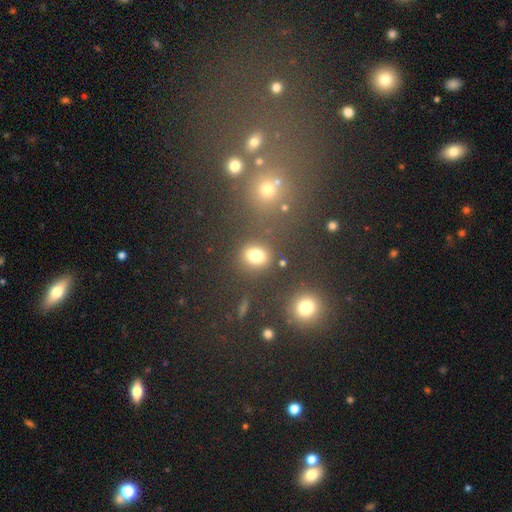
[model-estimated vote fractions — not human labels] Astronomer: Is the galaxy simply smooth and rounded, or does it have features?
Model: smooth — 75%.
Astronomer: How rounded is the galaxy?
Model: round — 62%.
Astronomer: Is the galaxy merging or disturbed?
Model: none — 78%.